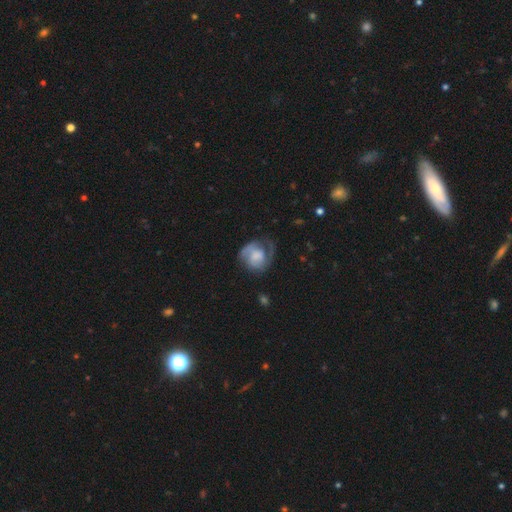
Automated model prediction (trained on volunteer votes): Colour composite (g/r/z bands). It shows a featured or disk galaxy (57%) with no bar (63%), spiral arms (82%) and no central bulge (29%, tied with large). Merging: none (50%).